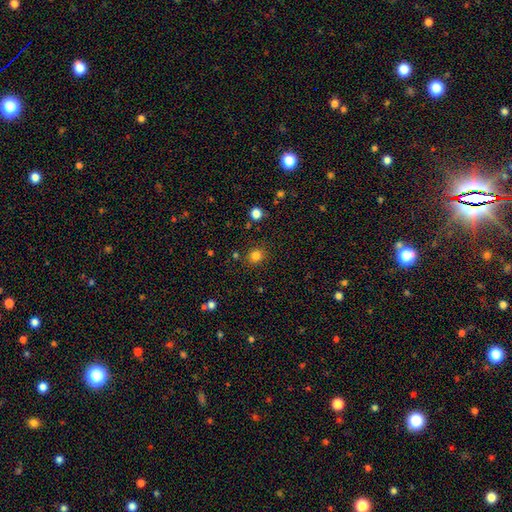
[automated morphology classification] Smooth or featured?
  - smooth: 81% *
  - star or artifact: 14%
  - featured or disk: 5%
How rounded?
  - round: 78% *
  - in between: 21%
  - cigar-shaped: 1%
Merging?
  - none: 85% *
  - minor disturbance: 9%
  - merger: 3%
  - major disturbance: 3%